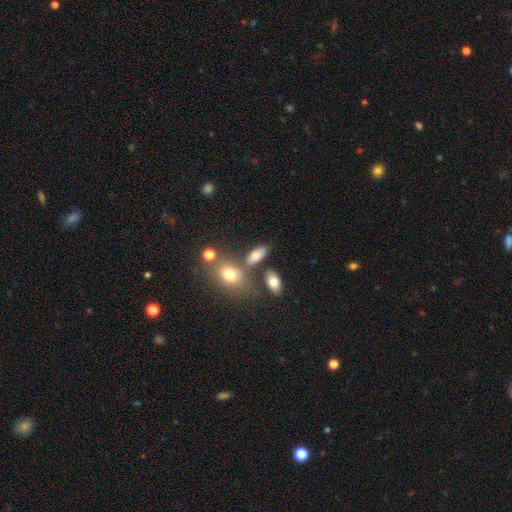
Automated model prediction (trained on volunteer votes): A smooth galaxy with no disk features (78%) that is in between round and cigar-shaped (83%). Merging: none (65%).